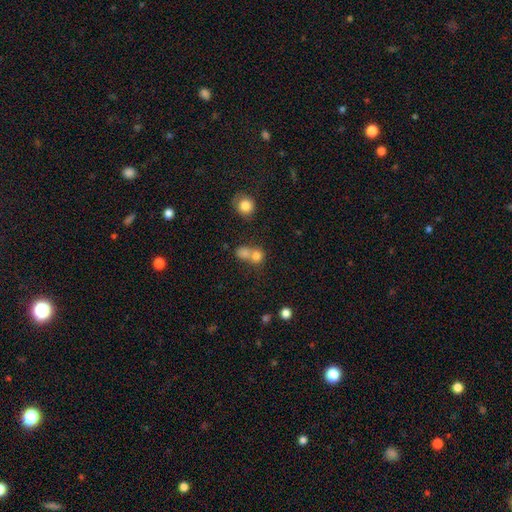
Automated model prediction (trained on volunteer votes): This is likely a smooth galaxy (77%). How rounded: likely round (78%). Merging: possibly merger (52%).